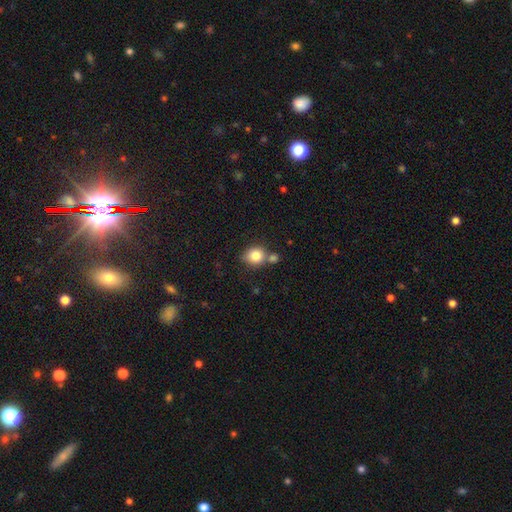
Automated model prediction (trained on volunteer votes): A smooth galaxy with no disk features (82%) that is round (75%).

Vote fractions:
- Smooth or featured? smooth: 82% / star or artifact: 10% / featured or disk: 8%
- How rounded? round: 75% / in between: 24% / cigar-shaped: 1%
- Merging? none: 58% / merger: 25% / minor disturbance: 13% / major disturbance: 4%